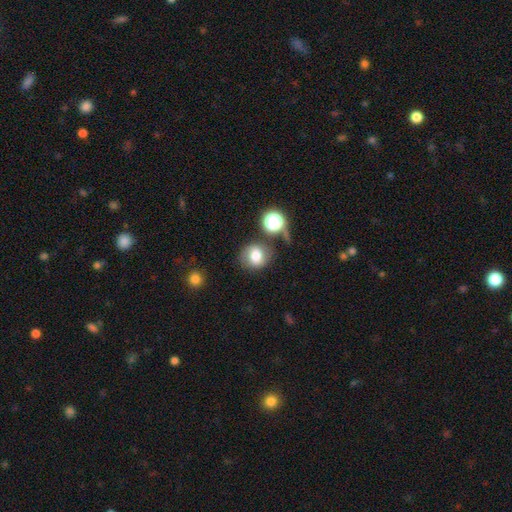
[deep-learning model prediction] smooth 68%, featured or disk 20%, star or artifact 12%. Down the decision tree: how rounded — round (75%); merging — none (65%).